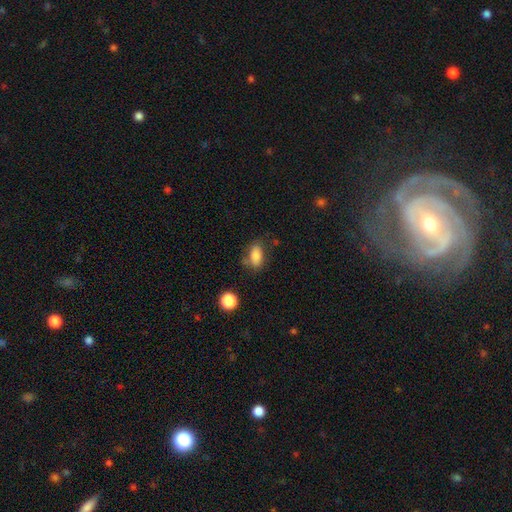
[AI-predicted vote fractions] Smooth or featured: smooth — 83% (star or artifact — 9%)
How rounded: in between — 88% (round — 8%)
Merging: none — 68% (minor disturbance — 18%)